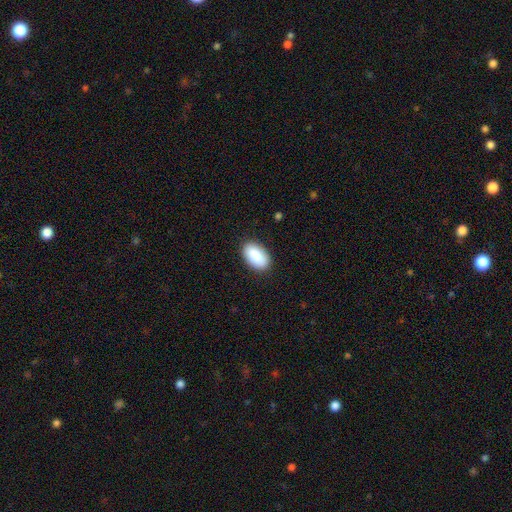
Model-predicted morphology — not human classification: smooth_or_featured: smooth (p=0.89) [alt: star or artifact p=0.06]
how_rounded: in between (p=0.94) [alt: round p=0.04]
merging: none (p=0.88) [alt: minor disturbance p=0.09]